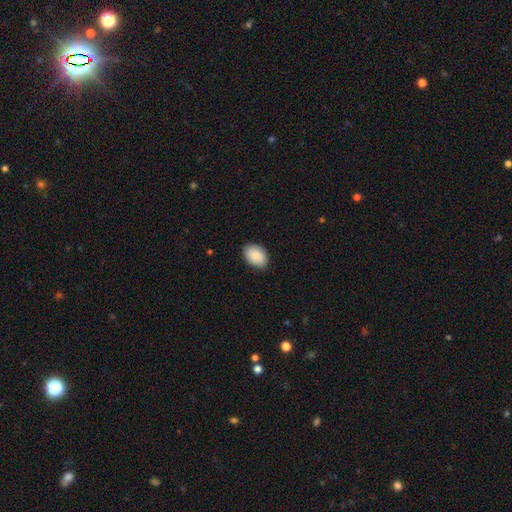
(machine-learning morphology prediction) Smooth or featured? smooth (88%)
How rounded? in between (86%)
Merging? none (84%)